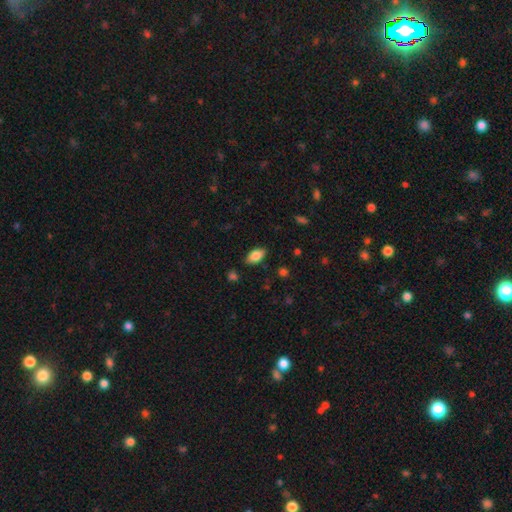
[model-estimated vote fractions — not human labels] A smooth galaxy with no disk features (83%) that is in between round and cigar-shaped (92%). Merging: none (83%).